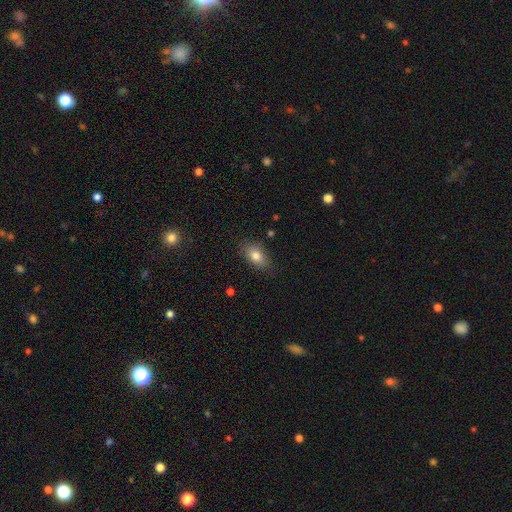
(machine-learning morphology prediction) Q: Smooth or featured?
A: smooth (81%); runner-up: featured or disk (10%)
Q: How rounded?
A: in between (86%); runner-up: round (10%)
Q: Merging?
A: none (81%); runner-up: minor disturbance (14%)